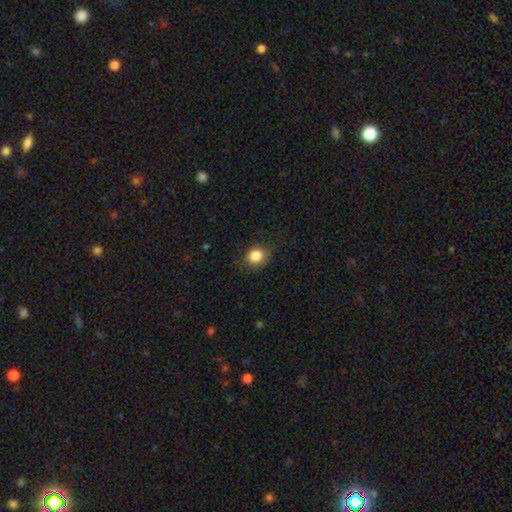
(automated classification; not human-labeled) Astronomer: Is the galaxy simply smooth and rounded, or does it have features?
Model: smooth — 85%.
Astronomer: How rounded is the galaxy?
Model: round — 69%.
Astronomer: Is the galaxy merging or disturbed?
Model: none — 73%.